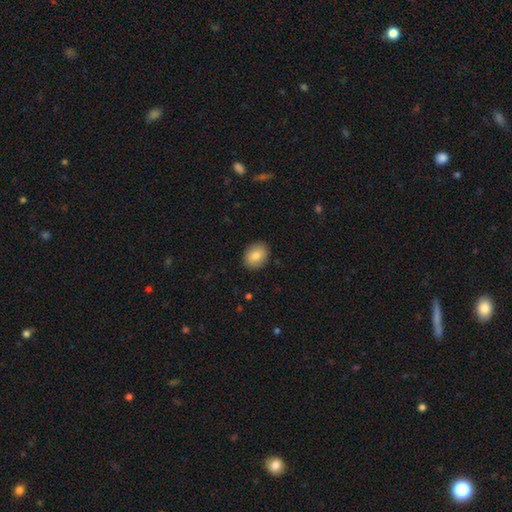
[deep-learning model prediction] Smooth or featured?
  - smooth: 83% *
  - featured or disk: 10%
  - star or artifact: 7%
How rounded?
  - in between: 59% *
  - round: 40%
  - cigar-shaped: 1%
Merging?
  - none: 89% *
  - minor disturbance: 8%
  - major disturbance: 2%
  - merger: 1%